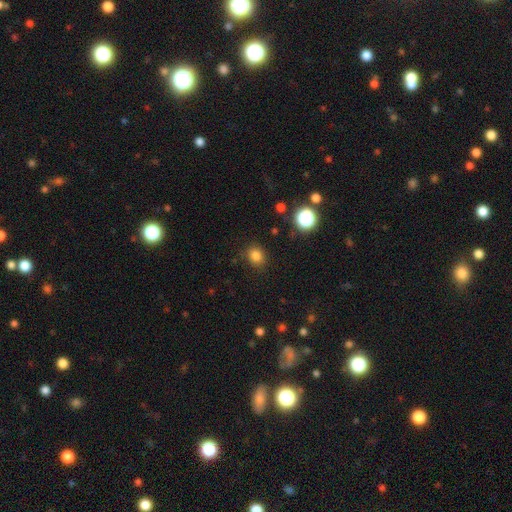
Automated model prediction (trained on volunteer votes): This is clearly a smooth galaxy (81%). How rounded: likely round (70%). Merging: clearly none (85%).